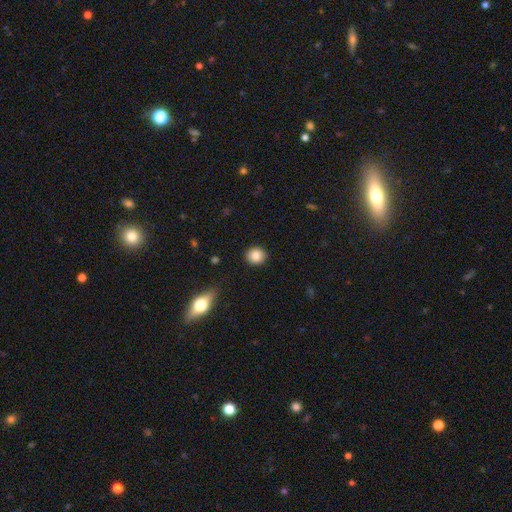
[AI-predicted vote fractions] This is clearly a smooth galaxy (85%). How rounded: likely round (79%). Merging: clearly none (90%).